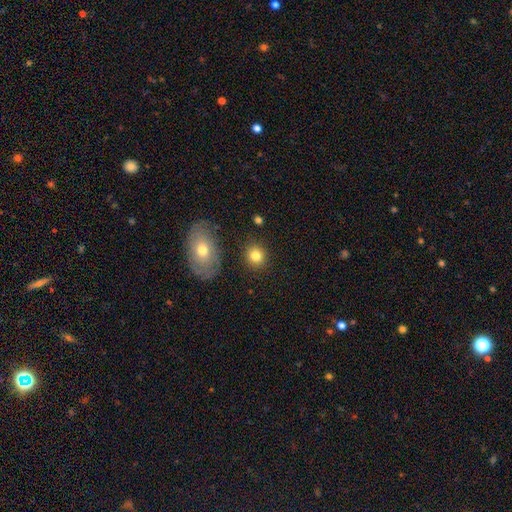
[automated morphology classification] smooth 82%, star or artifact 10%, featured or disk 8%. Down the decision tree: how rounded — round (83%); merging — none (86%).